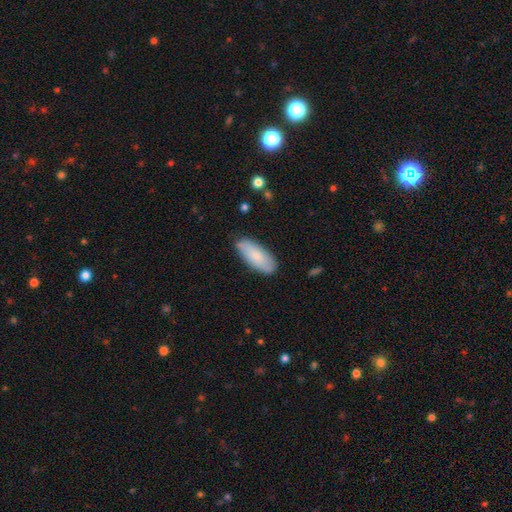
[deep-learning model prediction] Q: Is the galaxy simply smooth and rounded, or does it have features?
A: smooth — 78%.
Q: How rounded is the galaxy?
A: in between — 81%.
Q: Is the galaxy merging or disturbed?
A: none — 82%.